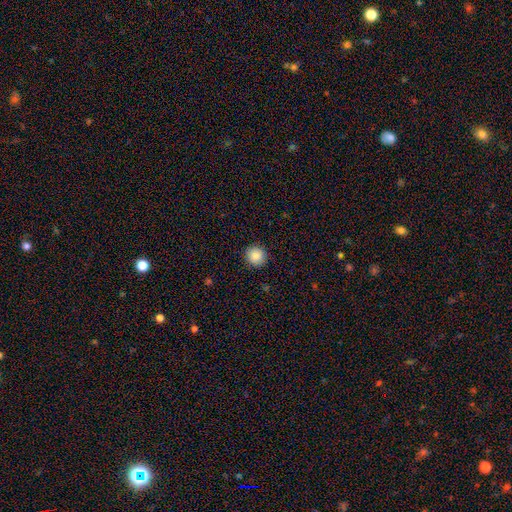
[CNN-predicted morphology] The model was most divided on "smooth or featured": smooth: 86%, star or artifact: 9%, featured or disk: 5%. More confident: how rounded — round (93%); merging — none (91%).